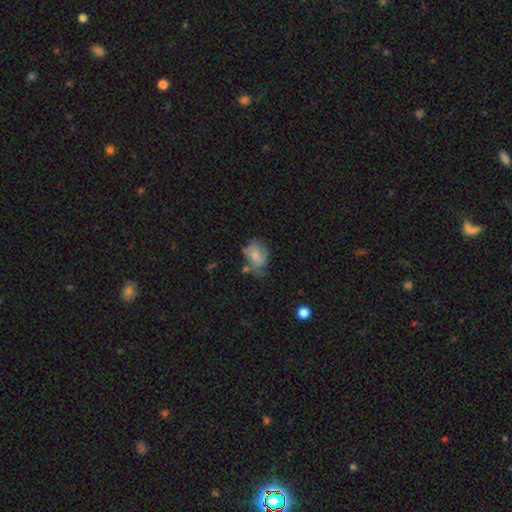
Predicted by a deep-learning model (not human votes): This is possibly a smooth galaxy (55%). How rounded: likely in between (64%). Merging: marginally none (36%).